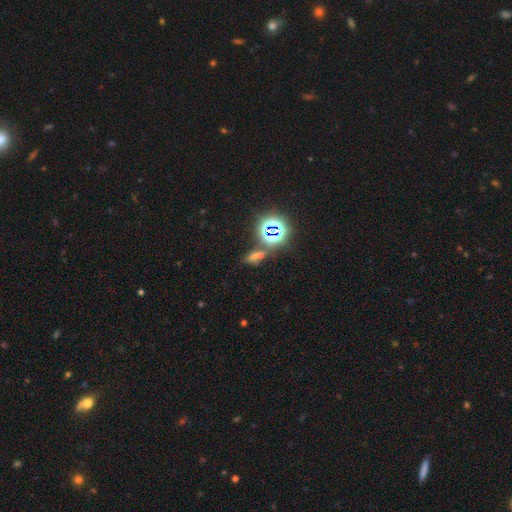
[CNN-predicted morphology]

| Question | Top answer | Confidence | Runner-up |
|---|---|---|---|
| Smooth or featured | star or artifact | 56% | smooth (32%) |